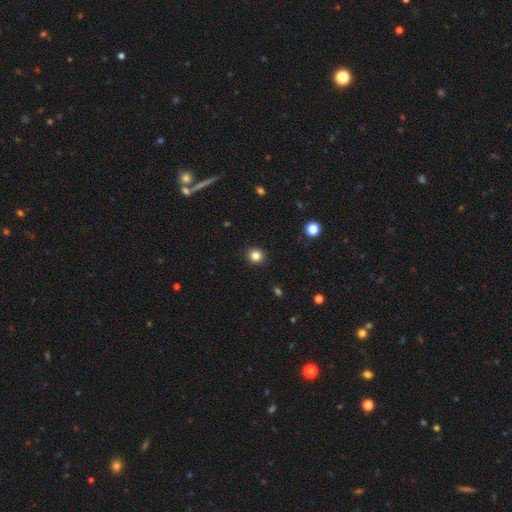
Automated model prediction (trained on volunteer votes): This is clearly a smooth galaxy (84%). How rounded: clearly round (91%). Merging: clearly none (92%).